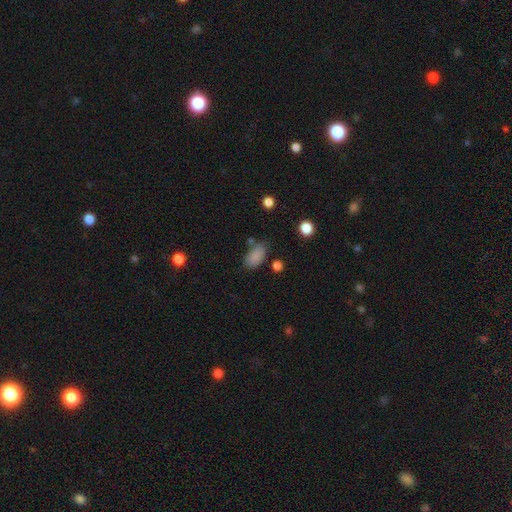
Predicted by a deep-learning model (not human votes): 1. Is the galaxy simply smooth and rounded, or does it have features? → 85% smooth, 10% star or artifact, 5% featured or disk.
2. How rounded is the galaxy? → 91% in between, 5% round, 3% cigar-shaped.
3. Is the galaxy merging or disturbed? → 68% none, 19% minor disturbance, 7% merger, 6% major disturbance.